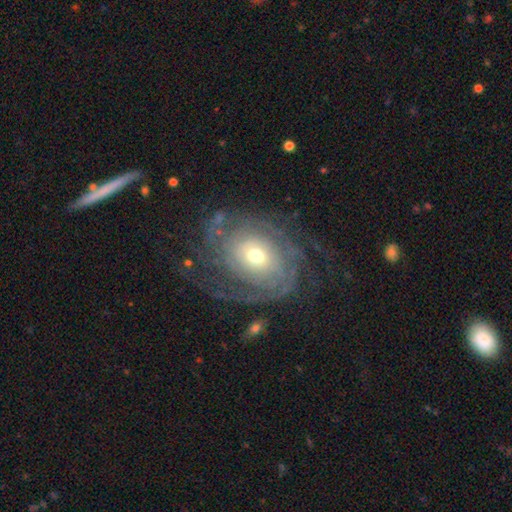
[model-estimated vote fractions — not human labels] Smooth or featured?
  - featured or disk: 83% *
  - smooth: 11%
  - star or artifact: 6%
Edge-on disk?
  - no: 97% *
  - yes: 3%
Bar?
  - no: 77% *
  - weak: 17%
  - strong: 5%
Spiral arms?
  - yes: 90% *
  - no: 10%
Spiral winding?
  - tight: 62% *
  - medium: 25%
  - loose: 13%
Spiral arm count?
  - can't tell: 35% *
  - 2: 23%
  - 3: 14%
  - 4: 10%
  - 1: 9%
  - more than 4: 9%
Bulge size?
  - moderate: 52% *
  - small: 40%
  - large: 6%
  - dominant: 1%
  - none: 1%
Merging?
  - none: 63% *
  - major disturbance: 19%
  - minor disturbance: 16%
  - merger: 2%